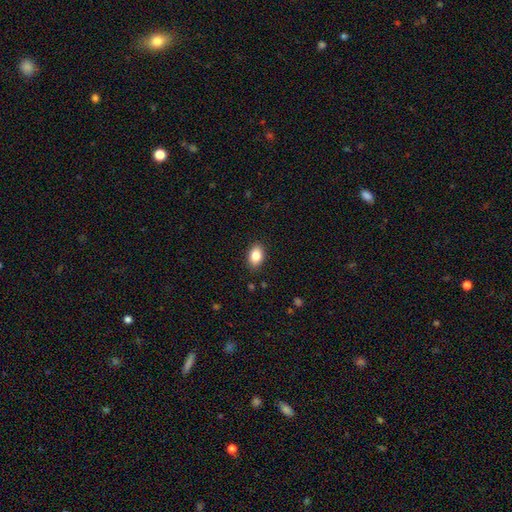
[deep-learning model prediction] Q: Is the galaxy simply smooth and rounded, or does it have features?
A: smooth — 85%.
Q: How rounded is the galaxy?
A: in between — 85%.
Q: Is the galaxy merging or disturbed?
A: none — 88%.